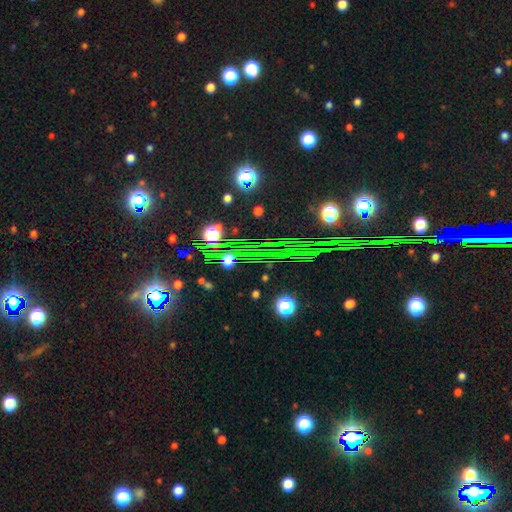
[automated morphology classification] star or artifact 72%, smooth 17%, featured or disk 11%.